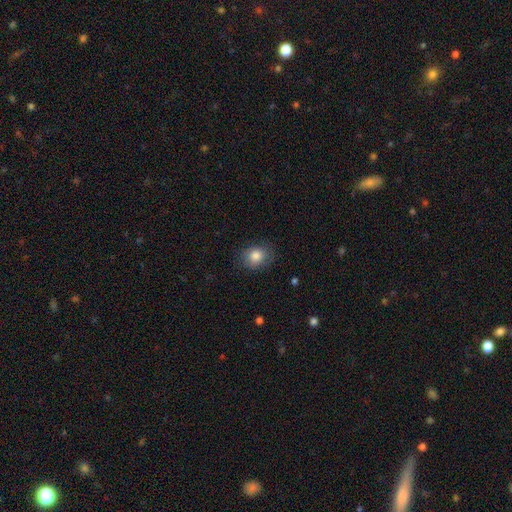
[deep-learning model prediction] The model was most divided on "how rounded": round: 53%, in between: 46%, cigar-shaped: 1%. More confident: smooth or featured — smooth (83%); merging — none (80%).